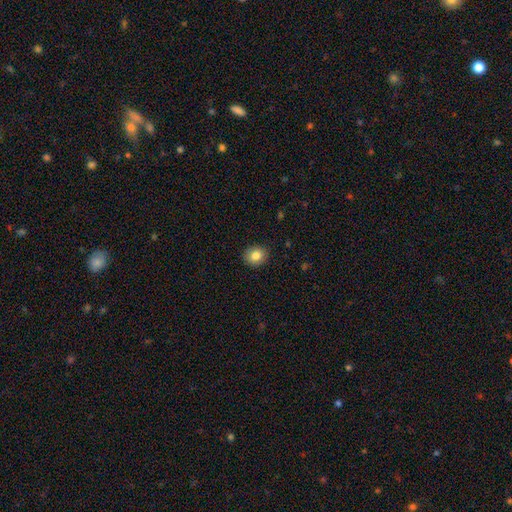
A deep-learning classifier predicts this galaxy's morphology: Overall: smooth (83%). How rounded: round (66%; in between 33%). Merging: none (89%).